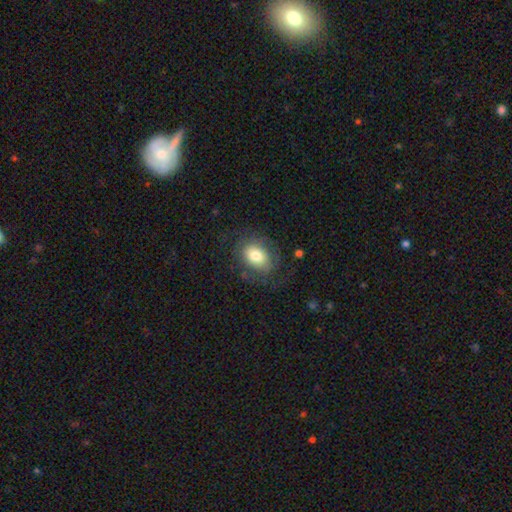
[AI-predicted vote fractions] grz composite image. It shows a smooth galaxy with no disk features (65%) that is in between round and cigar-shaped (69%). Merging: none (67%).